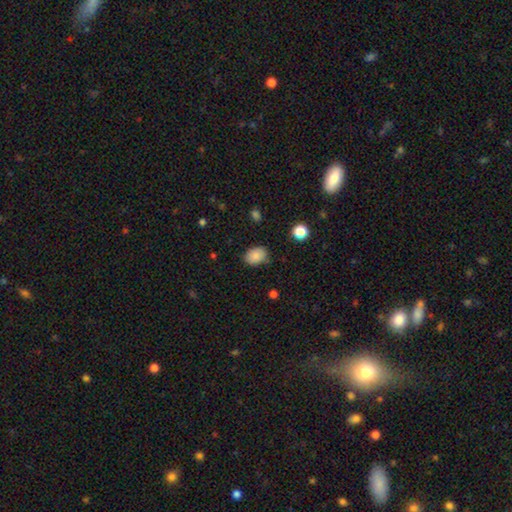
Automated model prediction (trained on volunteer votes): Smooth or featured?
  - smooth: 85% *
  - star or artifact: 9%
  - featured or disk: 6%
How rounded?
  - in between: 75% *
  - round: 24%
  - cigar-shaped: 1%
Merging?
  - none: 81% *
  - minor disturbance: 14%
  - major disturbance: 3%
  - merger: 2%